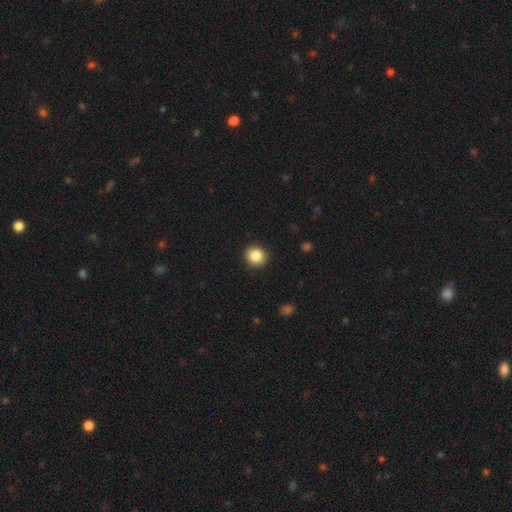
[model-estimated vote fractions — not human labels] Smooth or featured: smooth — 85% (star or artifact — 9%)
How rounded: round — 91% (in between — 8%)
Merging: none — 92% (minor disturbance — 5%)